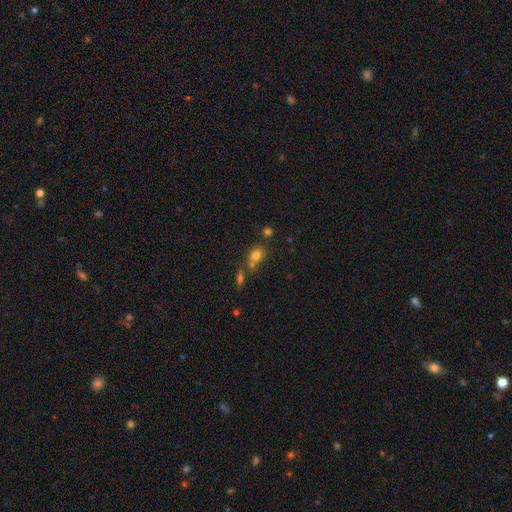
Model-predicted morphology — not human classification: smooth_or_featured: smooth (p=0.75) [alt: star or artifact p=0.15]
how_rounded: round (p=0.61) [alt: in between p=0.37]
merging: none (p=0.54) [alt: merger p=0.30]